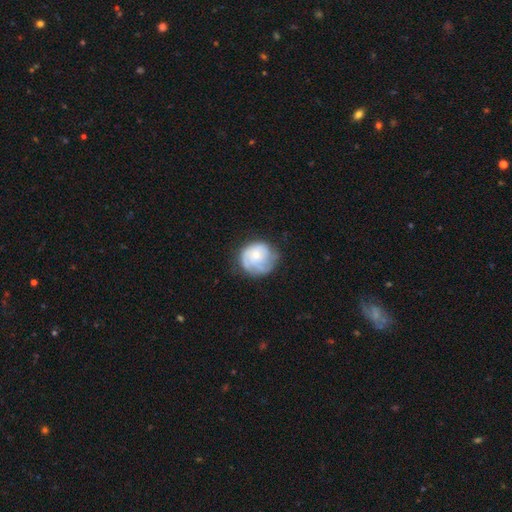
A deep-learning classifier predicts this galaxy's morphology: Smooth or featured: featured or disk — 58% (smooth — 35%)
Edge-on disk: no — 98% (yes — 2%)
Bar: no — 83% (weak — 15%)
Spiral arms: yes — 79% (no — 21%)
Bulge size: small — 61% (moderate — 32%)
Merging: none — 58% (minor disturbance — 26%)